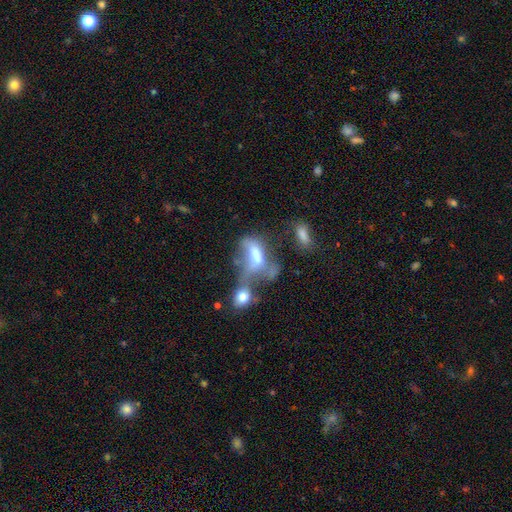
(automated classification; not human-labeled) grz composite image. It shows a smooth galaxy with no disk features (52%) that is in between round and cigar-shaped (81%). Merging: merger (64%).